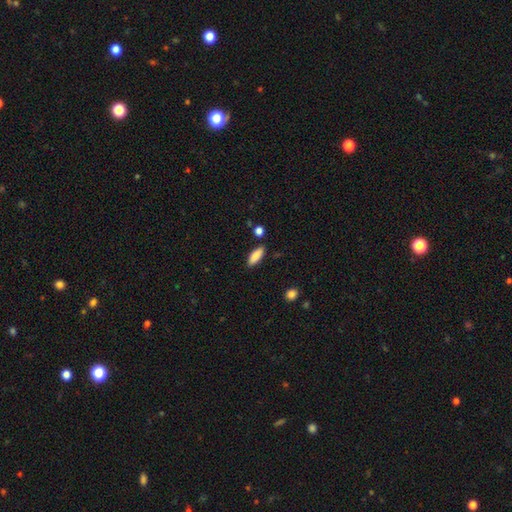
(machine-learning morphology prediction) Smooth or featured? smooth (86%)
How rounded? in between (71%)
Merging? none (85%)